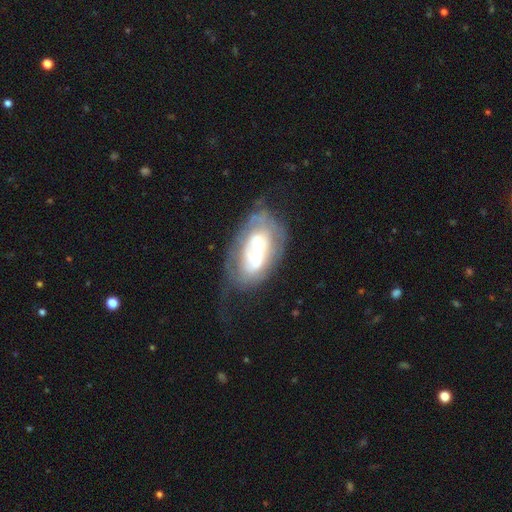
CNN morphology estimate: This is likely a featured or disk galaxy (68%). It is clearly not viewed edge-on (93%). Bar: marginally weak (34%, tied with strong). Spiral arm pattern: likely yes (60%). Central bulge: marginally small (33%). Merging: marginally none (41%).